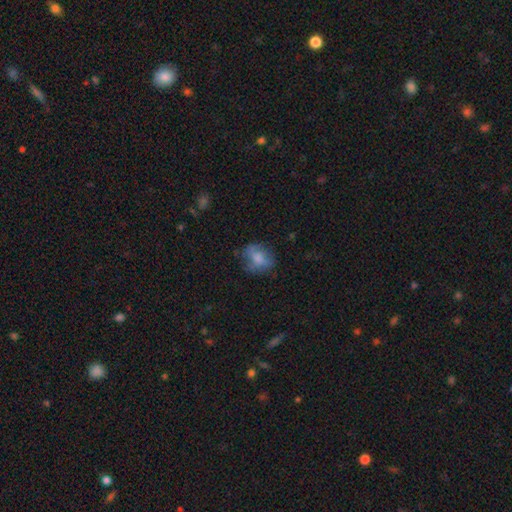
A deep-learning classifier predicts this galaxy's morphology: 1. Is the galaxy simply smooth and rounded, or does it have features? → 65% smooth, 25% featured or disk, 10% star or artifact.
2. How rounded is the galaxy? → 52% round, 47% in between, 1% cigar-shaped.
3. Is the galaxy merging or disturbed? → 60% none, 25% minor disturbance, 13% major disturbance, 2% merger.